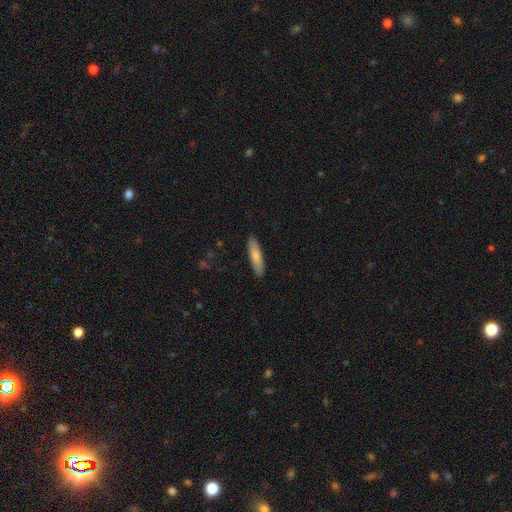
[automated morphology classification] This appears to be a smooth galaxy with no disk features (78%) that is cigar-shaped (75%). Merging: none (89%).